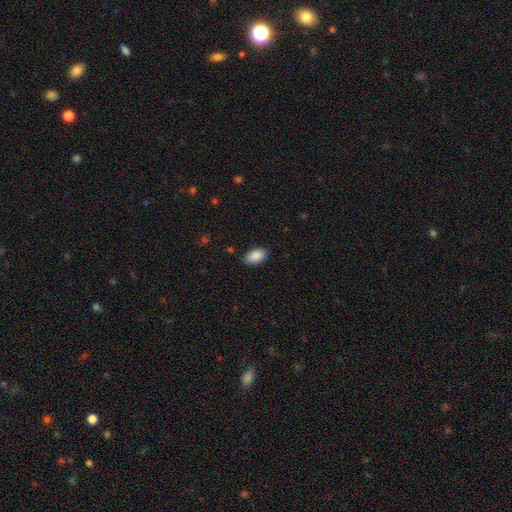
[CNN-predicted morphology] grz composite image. It shows a smooth galaxy with no disk features (89%) that is in between round and cigar-shaped (93%). Merging: none (86%).